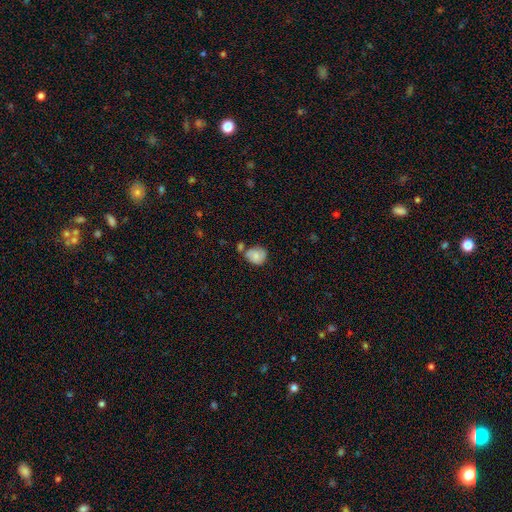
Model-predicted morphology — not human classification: This is likely a smooth galaxy (71%). How rounded: likely round (63%). Merging: possibly none (46%).